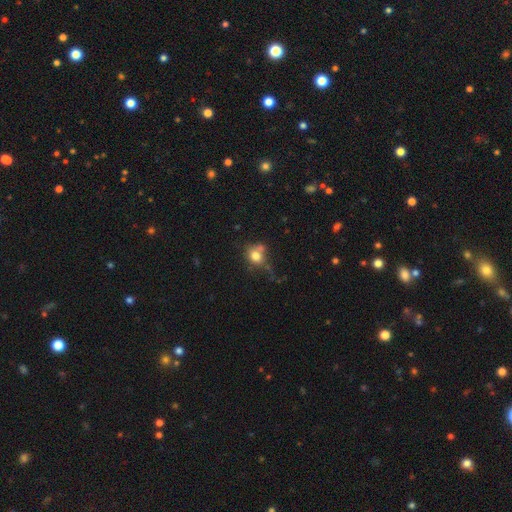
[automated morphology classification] smooth-or-featured: smooth: 74% | featured or disk: 14% | star or artifact: 12%
  how-rounded: round: 65% | in between: 34% | cigar-shaped: 2%
  merging: none: 43% | minor disturbance: 23% | merger: 18% | major disturbance: 16%